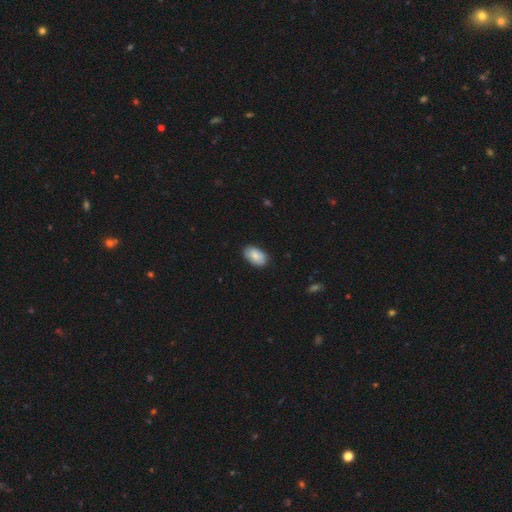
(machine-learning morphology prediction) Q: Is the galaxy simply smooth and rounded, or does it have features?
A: smooth — 80%.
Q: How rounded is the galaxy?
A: in between — 93%.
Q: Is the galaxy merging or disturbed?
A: none — 82%.